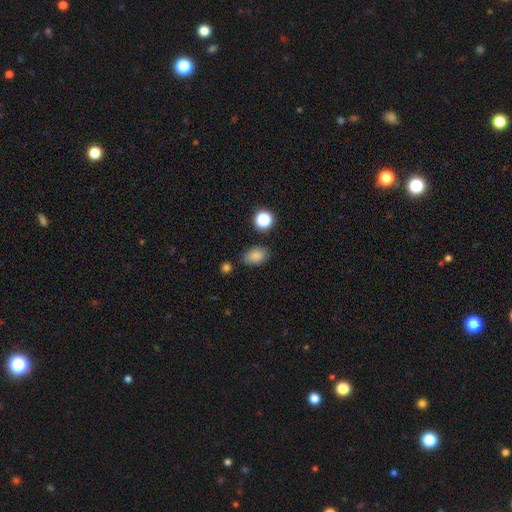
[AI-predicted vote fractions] smooth-or-featured: smooth: 82% | star or artifact: 12% | featured or disk: 6%
  how-rounded: in between: 84% | round: 15% | cigar-shaped: 1%
  merging: none: 79% | minor disturbance: 14% | merger: 4% | major disturbance: 3%